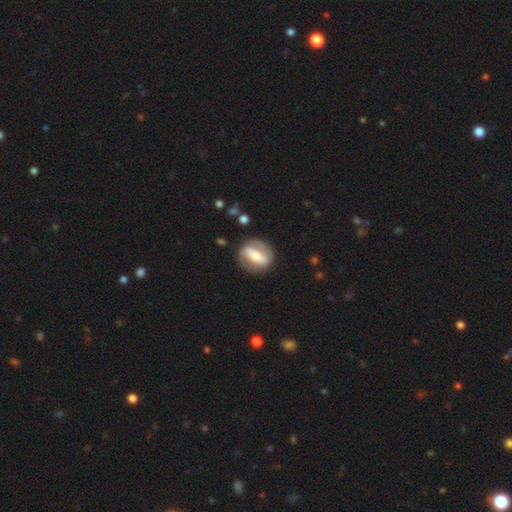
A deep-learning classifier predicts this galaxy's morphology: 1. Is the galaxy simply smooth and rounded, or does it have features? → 69% featured or disk, 26% smooth, 6% star or artifact.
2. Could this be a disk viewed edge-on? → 91% no, 9% yes.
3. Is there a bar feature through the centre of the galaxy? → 64% strong, 21% weak, 15% no.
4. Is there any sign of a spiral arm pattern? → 66% yes, 34% no.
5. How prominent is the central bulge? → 53% moderate, 36% small, 7% large, 2% none, 2% dominant.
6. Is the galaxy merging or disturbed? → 79% none, 13% minor disturbance, 6% major disturbance, 2% merger.